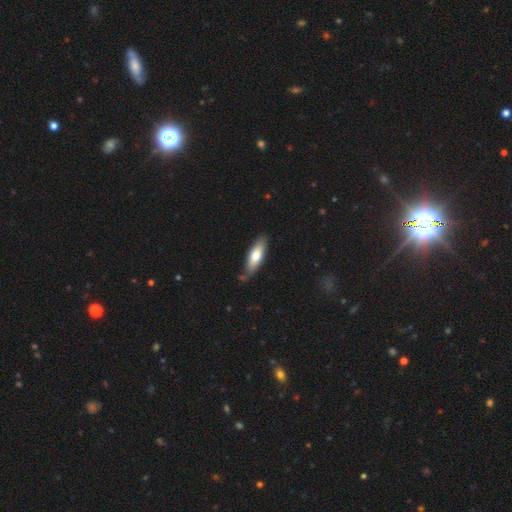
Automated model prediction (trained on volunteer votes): Morphology: type=smooth (68%); roundness=cigar-shaped (49%, tied with in between); merging=none (75%).